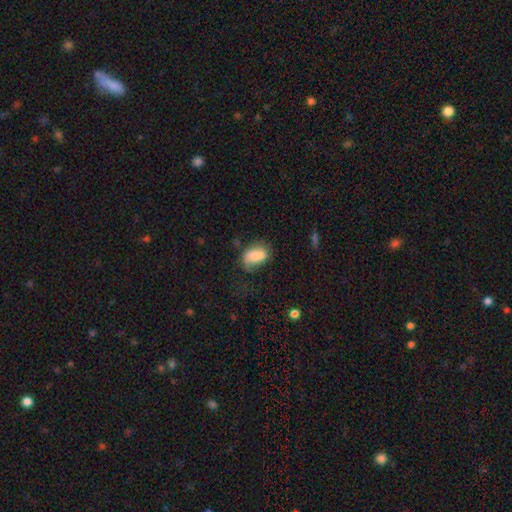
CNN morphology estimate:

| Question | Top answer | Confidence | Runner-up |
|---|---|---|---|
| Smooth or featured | smooth | 72% | featured or disk (20%) |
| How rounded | in between | 86% | round (12%) |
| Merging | none | 44% | minor disturbance (31%) |